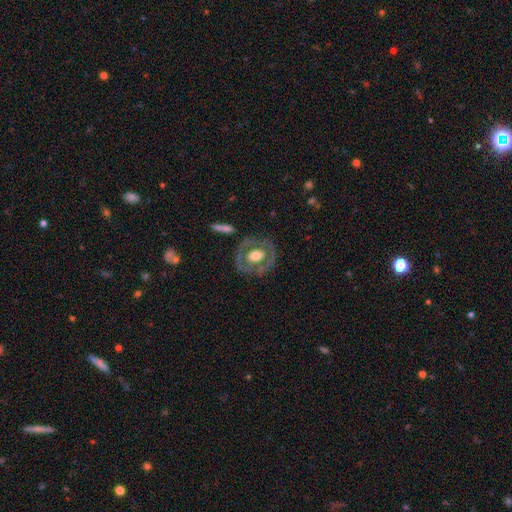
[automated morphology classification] Q: Smooth or featured?
A: featured or disk (63%); runner-up: smooth (31%)
Q: Edge-on disk?
A: no (94%); runner-up: yes (6%)
Q: Bar?
A: no (72%); runner-up: weak (19%)
Q: Spiral arms?
A: no (74%); runner-up: yes (26%)
Q: Bulge size?
A: moderate (54%); runner-up: large (33%)
Q: Merging?
A: none (74%); runner-up: minor disturbance (15%)